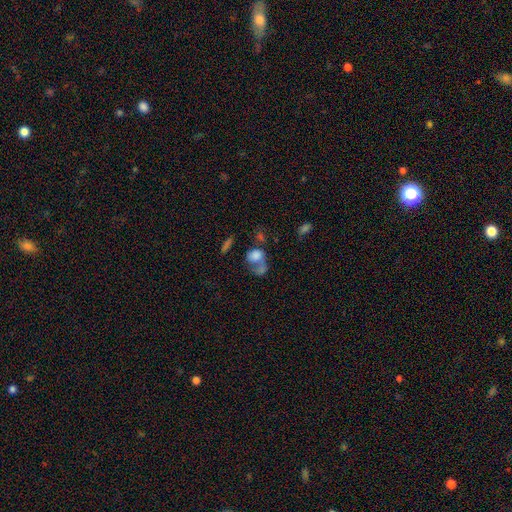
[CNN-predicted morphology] Smooth or featured: smooth — 65% (featured or disk — 24%)
How rounded: in between — 49% (tied with round — 49%)
Merging: merger — 39% (major disturbance — 28%)